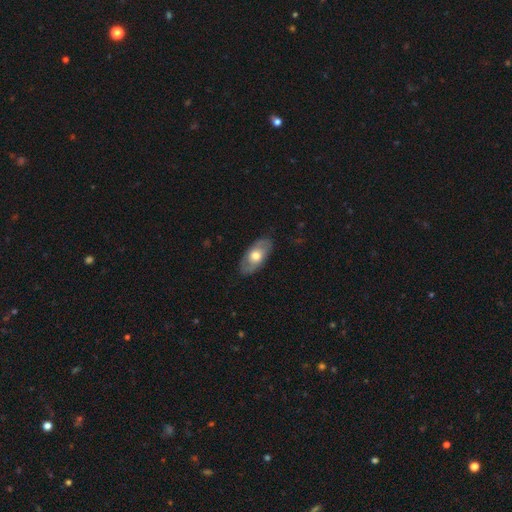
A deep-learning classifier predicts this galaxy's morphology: Smooth or featured: smooth — 50% (featured or disk — 45%)
How rounded: in between — 90% (round — 5%)
Merging: none — 83% (minor disturbance — 13%)